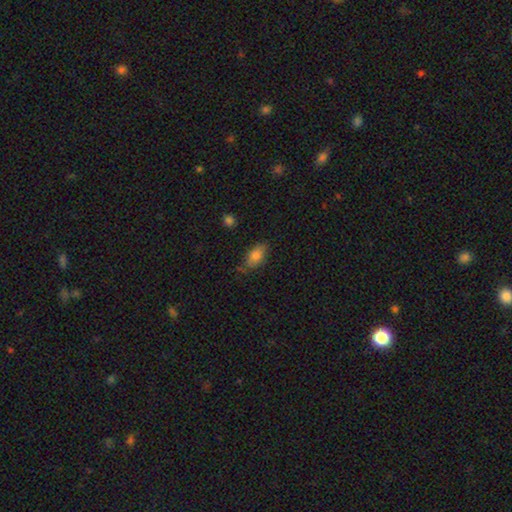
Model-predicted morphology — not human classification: Overall: smooth (78%). How rounded: in between (88%). Merging: none (69%).